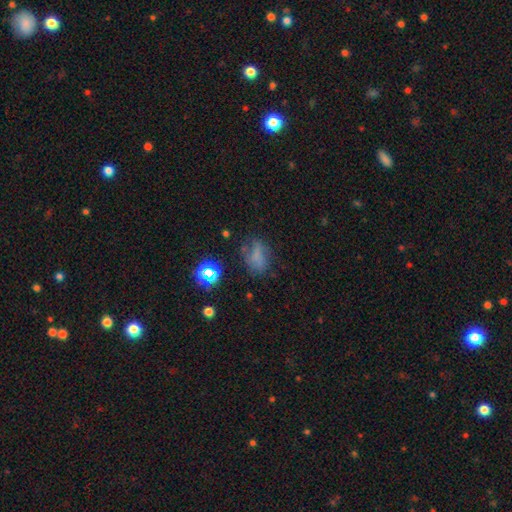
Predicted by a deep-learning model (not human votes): smooth 53%, star or artifact 27%, featured or disk 20%. Down the decision tree: how rounded — in between (73%); merging — none (55%).